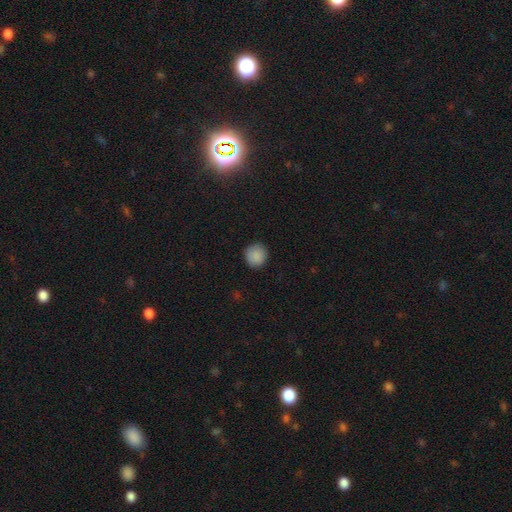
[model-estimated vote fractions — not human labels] A smooth galaxy with no disk features (88%) that is round (89%). Merging: none (89%).